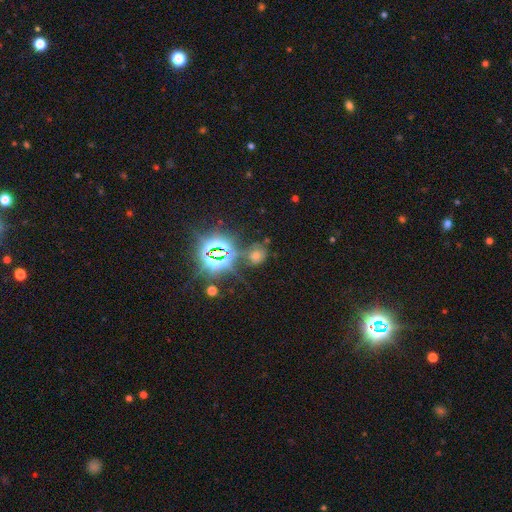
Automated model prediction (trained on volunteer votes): Overall: star or artifact (55%; smooth 33%).